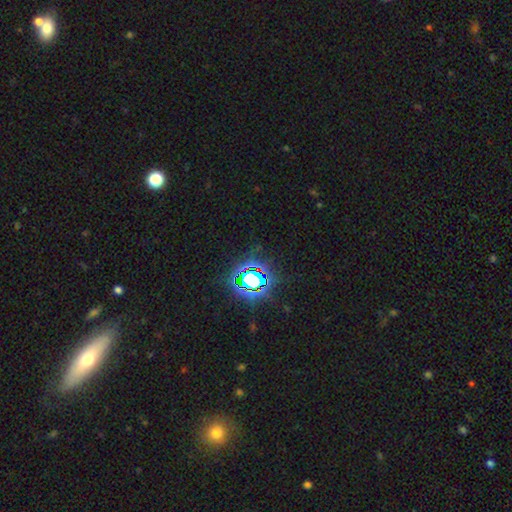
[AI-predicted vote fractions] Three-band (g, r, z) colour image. It shows a star or artifact, not a galaxy (79%).